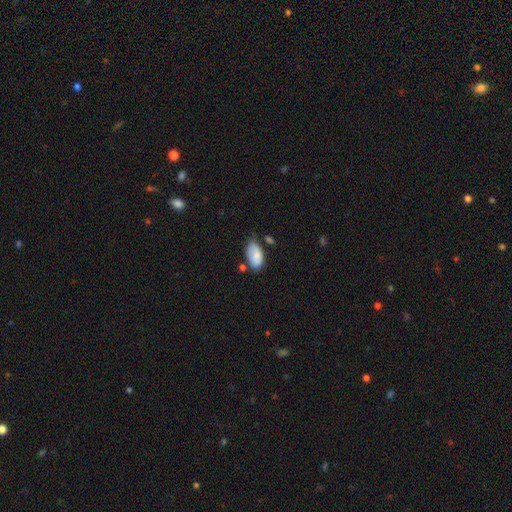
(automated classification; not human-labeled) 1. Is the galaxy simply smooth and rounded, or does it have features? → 81% smooth, 13% featured or disk, 7% star or artifact.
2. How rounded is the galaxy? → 95% in between, 4% round, 2% cigar-shaped.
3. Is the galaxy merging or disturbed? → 60% none, 28% minor disturbance, 7% merger, 5% major disturbance.